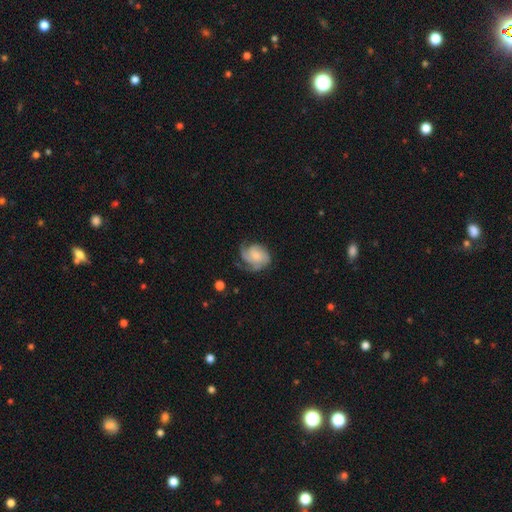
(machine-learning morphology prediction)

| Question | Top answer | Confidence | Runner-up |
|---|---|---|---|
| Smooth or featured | featured or disk | 72% | smooth (21%) |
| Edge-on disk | no | 98% | yes (2%) |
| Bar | no | 73% | weak (23%) |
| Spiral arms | yes | 95% | no (5%) |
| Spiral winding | tight | 50% | medium (36%) |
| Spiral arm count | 3 | 32% | 2 (26%) |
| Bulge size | small | 47% | moderate (29%) |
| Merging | none | 58% | minor disturbance (24%) |